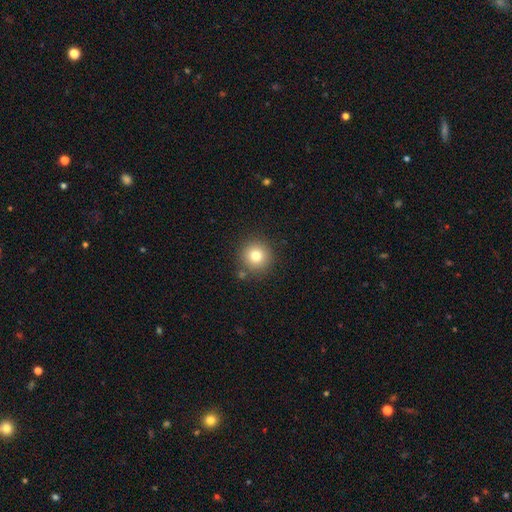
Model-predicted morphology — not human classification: Smooth or featured? Predicted: smooth (p=0.79). How rounded? Predicted: round (p=0.95). Merging? Predicted: none (p=0.85).